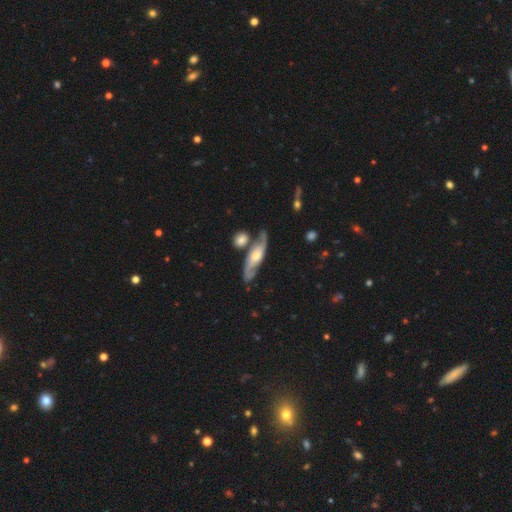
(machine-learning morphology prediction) type=featured or disk (79%); edge-on=no (83%); bar=no (57%); spiral arms=yes (94%); winding=medium (45%); arm count=2 (88%); bulge=moderate (60%); merging=none (64%).